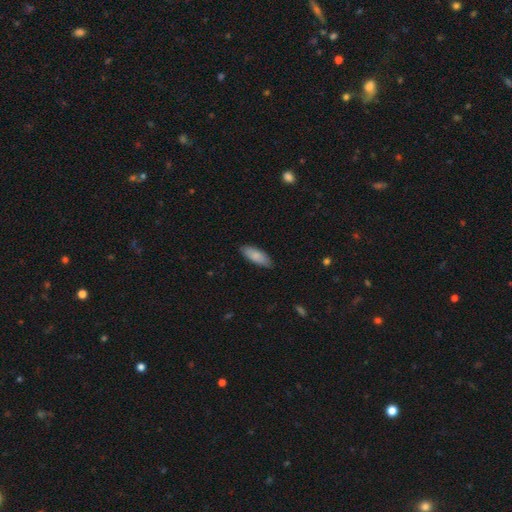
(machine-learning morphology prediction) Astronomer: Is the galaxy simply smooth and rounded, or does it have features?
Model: smooth — 85%.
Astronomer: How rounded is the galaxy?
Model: in between — 76%.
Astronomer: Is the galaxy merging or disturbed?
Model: none — 85%.